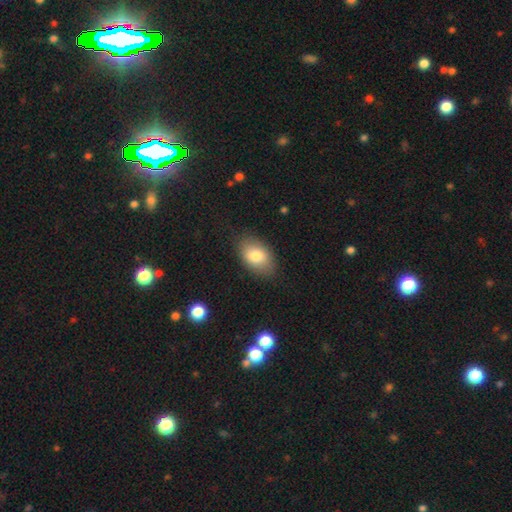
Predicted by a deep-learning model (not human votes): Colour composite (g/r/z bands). It shows a smooth galaxy with no disk features (80%) that is in between round and cigar-shaped (87%). Merging: none (81%).